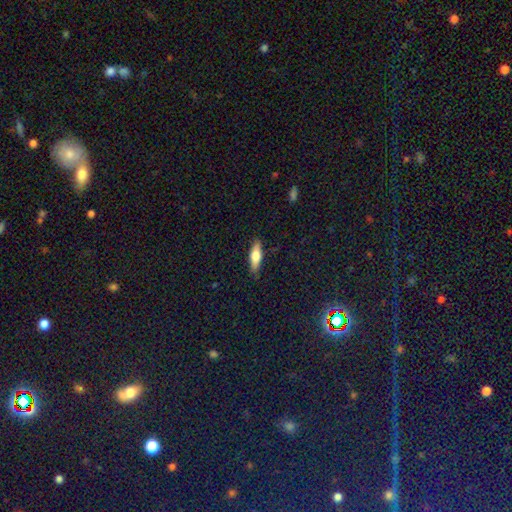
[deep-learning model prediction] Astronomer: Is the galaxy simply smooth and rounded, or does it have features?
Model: smooth — 56% (runner-up: featured or disk, 37%).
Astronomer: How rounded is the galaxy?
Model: cigar-shaped — 53% (runner-up: in between, 44%).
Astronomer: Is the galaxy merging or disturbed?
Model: none — 86%.